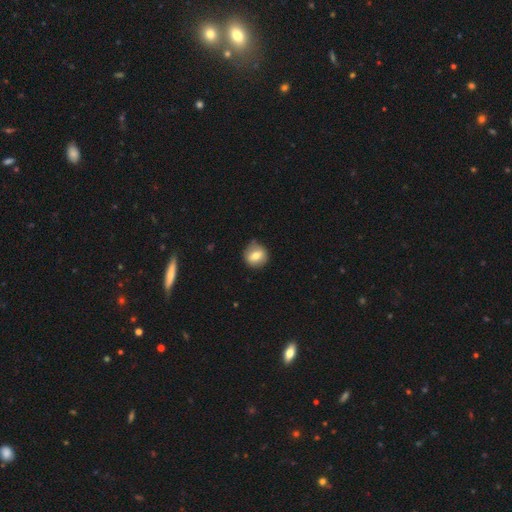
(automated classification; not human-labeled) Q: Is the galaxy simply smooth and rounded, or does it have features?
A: smooth — 69%.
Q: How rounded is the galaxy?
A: round — 79%.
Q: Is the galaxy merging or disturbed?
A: none — 80%.